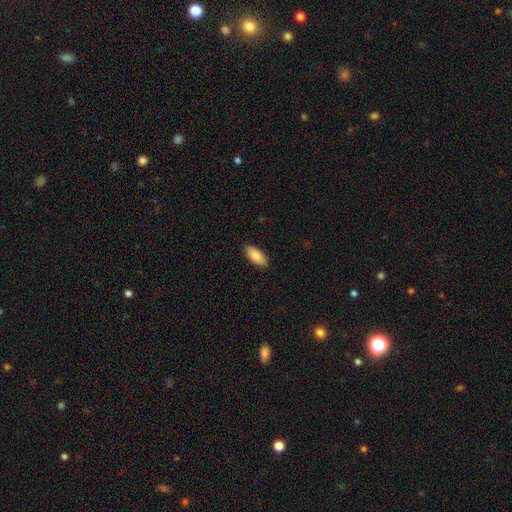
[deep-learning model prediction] This appears to be a smooth galaxy with no disk features (82%) that is in between round and cigar-shaped (89%). Merging: none (88%).